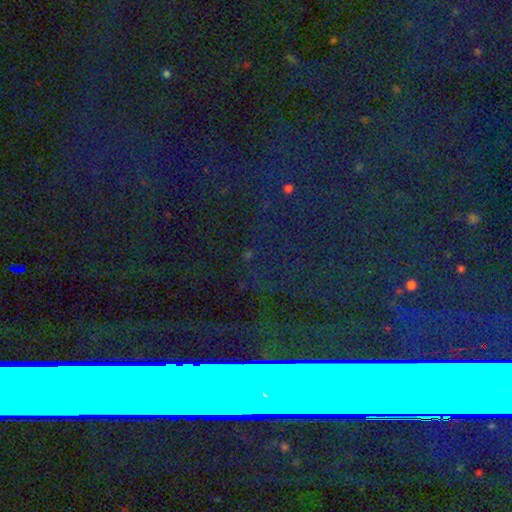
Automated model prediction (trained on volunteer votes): Smooth or featured? Predicted: star or artifact (p=0.76).